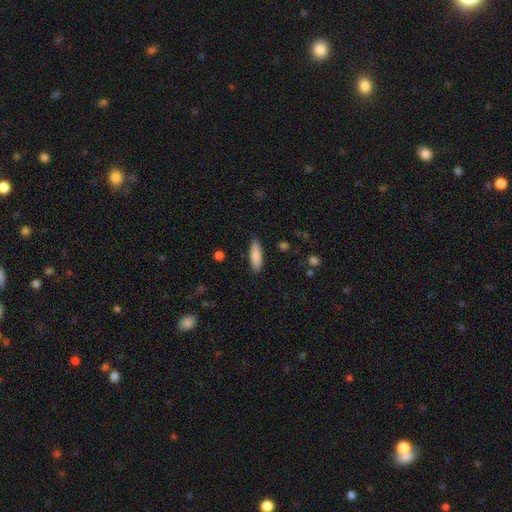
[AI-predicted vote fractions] Q: Smooth or featured?
A: smooth (86%); runner-up: featured or disk (8%)
Q: How rounded?
A: cigar-shaped (53%); runner-up: in between (45%)
Q: Merging?
A: none (87%); runner-up: minor disturbance (9%)